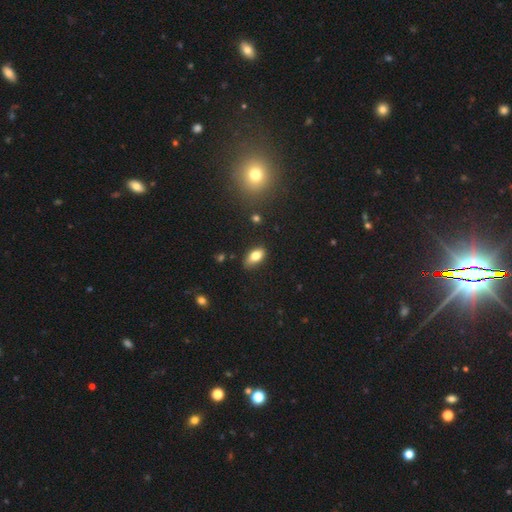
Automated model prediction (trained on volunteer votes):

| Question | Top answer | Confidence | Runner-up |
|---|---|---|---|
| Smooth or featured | smooth | 78% | featured or disk (14%) |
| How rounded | in between | 89% | cigar-shaped (7%) |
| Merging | none | 79% | minor disturbance (16%) |